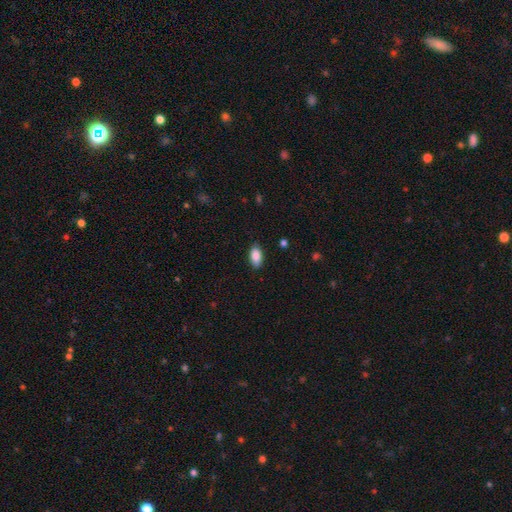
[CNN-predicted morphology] type=smooth (87%); roundness=in between (92%); merging=none (86%).